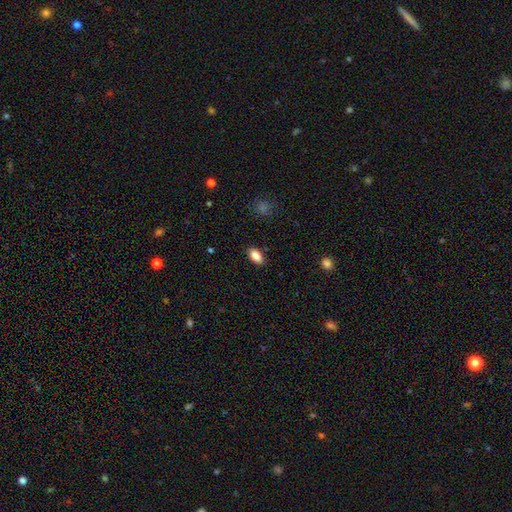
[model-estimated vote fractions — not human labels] This appears to be a smooth galaxy with no disk features (86%) that is in between round and cigar-shaped (91%). Merging: none (88%).